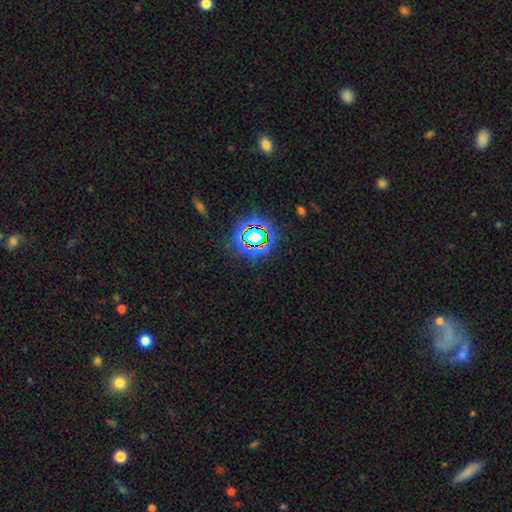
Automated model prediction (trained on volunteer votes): This appears to be a star or artifact, not a galaxy (62%).